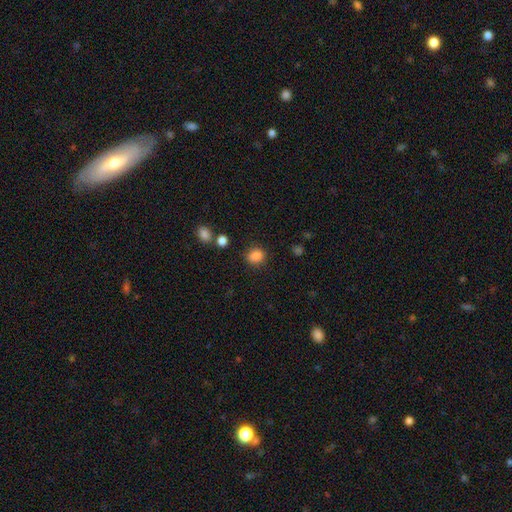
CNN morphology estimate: A smooth galaxy with no disk features (85%) that is round (56%). Merging: none (80%).